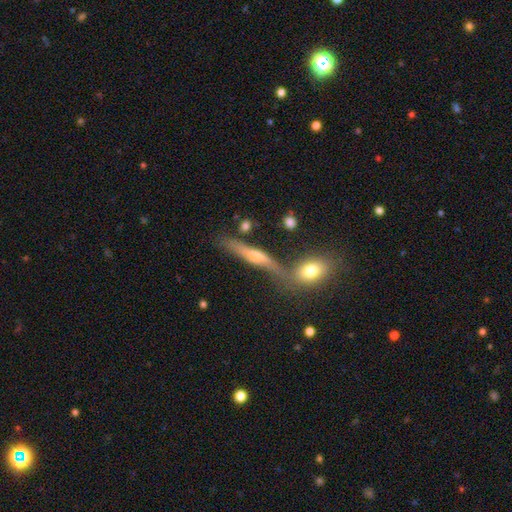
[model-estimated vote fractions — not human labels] This is possibly a featured or disk galaxy (57%). It is clearly viewed edge-on (87%). Edge-on bulge: likely rounded (69%). Merging: likely none (64%).